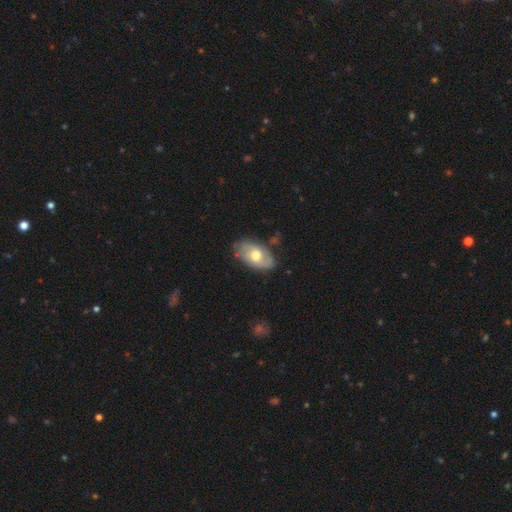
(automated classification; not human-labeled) Smooth or featured: featured or disk — 51% (smooth — 43%)
Edge-on disk: no — 91% (yes — 9%)
Merging: none — 71% (minor disturbance — 22%)